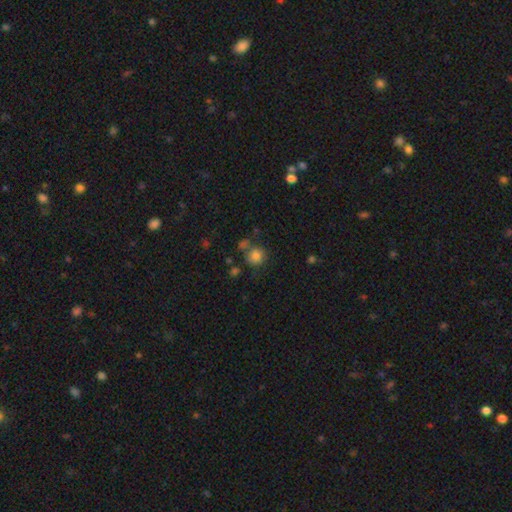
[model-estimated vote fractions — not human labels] A smooth galaxy with no disk features (81%) that is round (88%).

Vote fractions:
- Smooth or featured? smooth: 81% / star or artifact: 12% / featured or disk: 7%
- How rounded? round: 88% / in between: 11% / cigar-shaped: 1%
- Merging? none: 66% / merger: 16% / minor disturbance: 13% / major disturbance: 6%